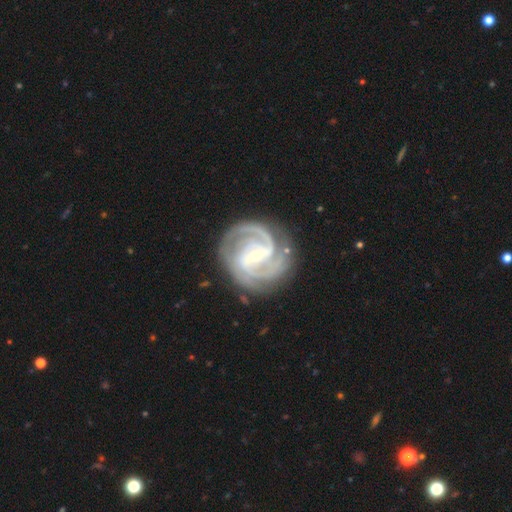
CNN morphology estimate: The model was most divided on "bar": weak: 45%, strong: 36%, no: 19%. Remaining: spiral arms — yes (99%); edge-on disk — no (98%); smooth or featured — featured or disk (93%); merging — none (80%); spiral winding — tight (60%); bulge size — small (58%); spiral arm count — 3 (44%).